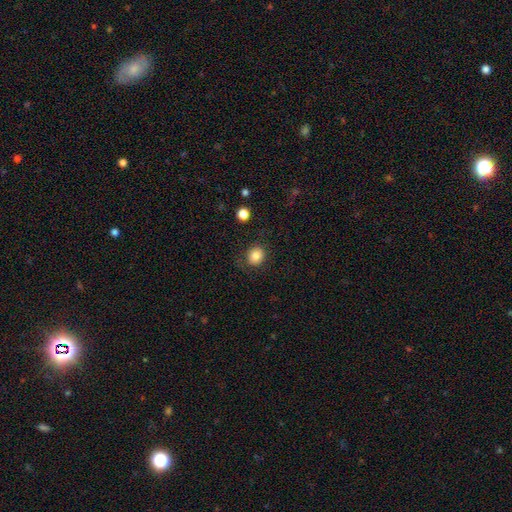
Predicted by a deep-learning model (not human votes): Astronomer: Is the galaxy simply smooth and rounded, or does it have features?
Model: smooth — 83%.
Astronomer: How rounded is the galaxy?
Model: round — 80%.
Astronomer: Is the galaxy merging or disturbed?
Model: none — 83%.